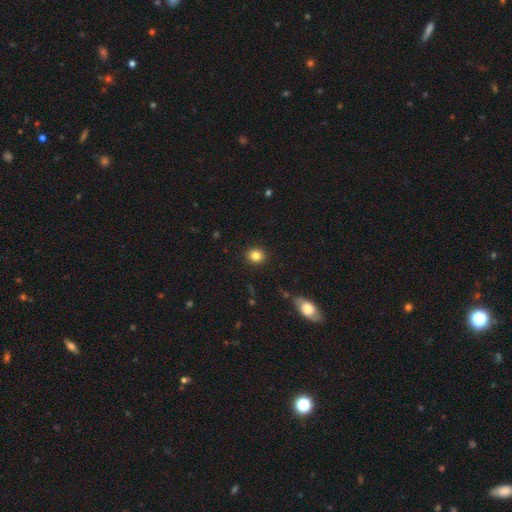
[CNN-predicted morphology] Smooth or featured? Predicted: smooth (p=0.83). How rounded? Predicted: round (p=0.81). Merging? Predicted: none (p=0.91).